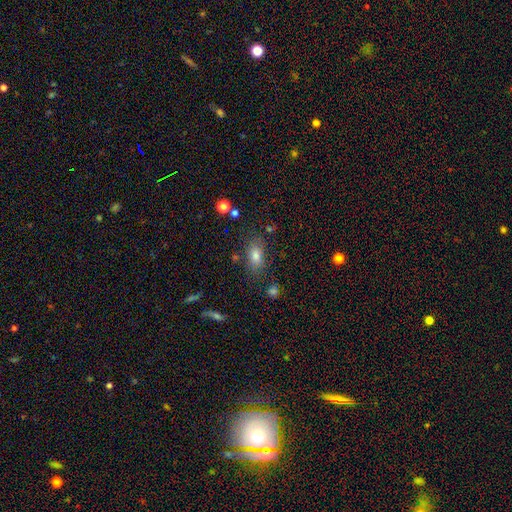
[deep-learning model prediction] smooth_or_featured: smooth (p=0.77) [alt: star or artifact p=0.12]
how_rounded: in between (p=0.84) [alt: round p=0.09]
merging: none (p=0.79) [alt: minor disturbance p=0.13]